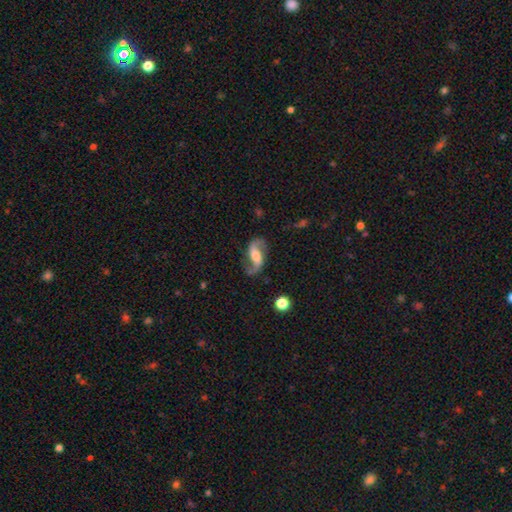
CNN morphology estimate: featured or disk 85%, smooth 9%, star or artifact 6%. Down the decision tree: edge-on disk — no (96%); bar — weak (41%); spiral arms — yes (96%); spiral arm count — 2 (92%); spiral winding — loose (70%); bulge size — moderate (45%); merging — none (74%).